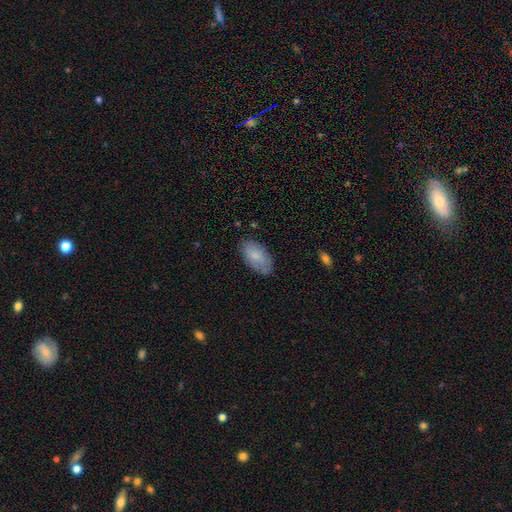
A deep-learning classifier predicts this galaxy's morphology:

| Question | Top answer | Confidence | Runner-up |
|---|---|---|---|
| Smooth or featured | smooth | 79% | featured or disk (15%) |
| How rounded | in between | 95% | round (3%) |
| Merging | none | 79% | minor disturbance (16%) |